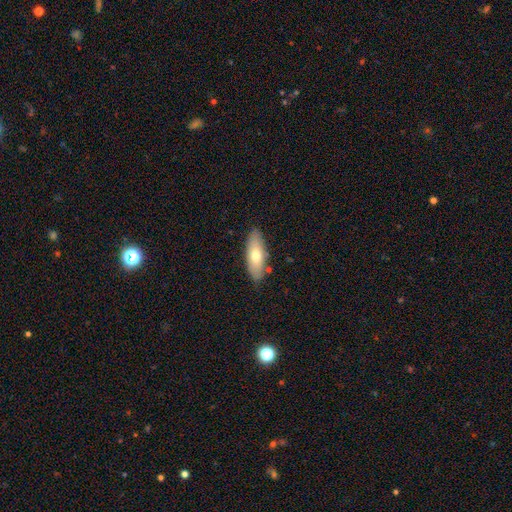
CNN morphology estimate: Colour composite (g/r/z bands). It shows a smooth galaxy with no disk features (69%) that is in between round and cigar-shaped (71%). Merging: none (85%).